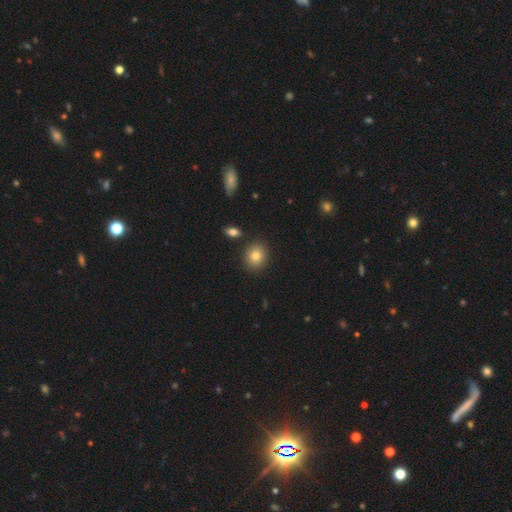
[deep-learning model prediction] smooth_or_featured: smooth (p=0.81) [alt: star or artifact p=0.10]
how_rounded: round (p=0.67) [alt: in between p=0.32]
merging: none (p=0.87) [alt: minor disturbance p=0.07]